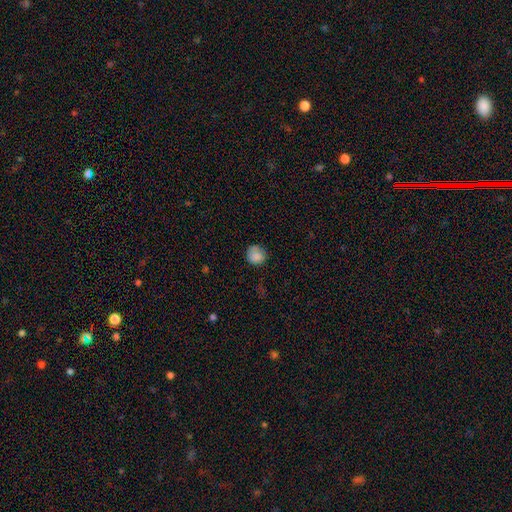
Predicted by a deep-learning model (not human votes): Smooth or featured: smooth — 84% (star or artifact — 10%)
How rounded: round — 88% (in between — 11%)
Merging: none — 72% (minor disturbance — 21%)